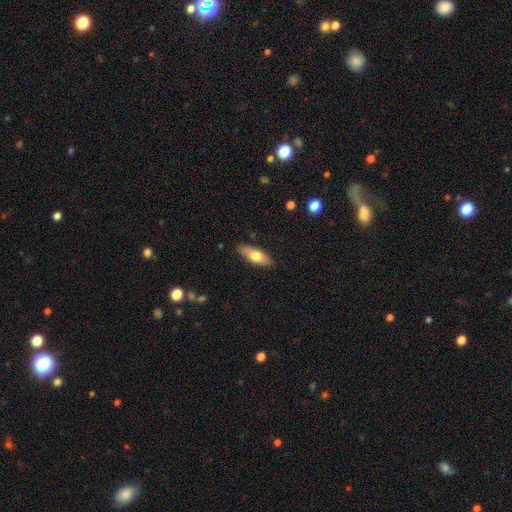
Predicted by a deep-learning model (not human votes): This is likely a smooth galaxy (66%). How rounded: likely in between (70%). Merging: clearly none (86%).